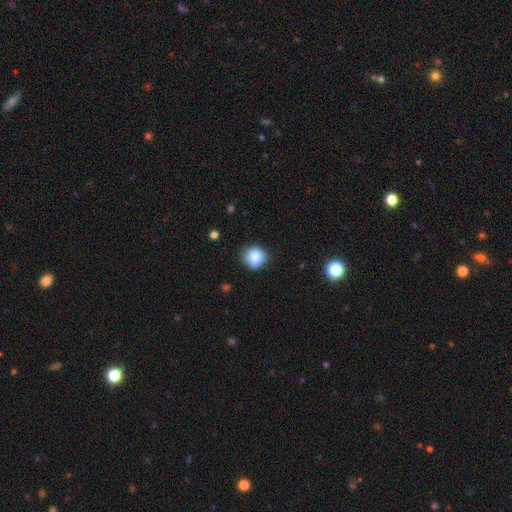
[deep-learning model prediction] smooth 85%, star or artifact 10%, featured or disk 5%. Down the decision tree: how rounded — round (87%); merging — none (78%).